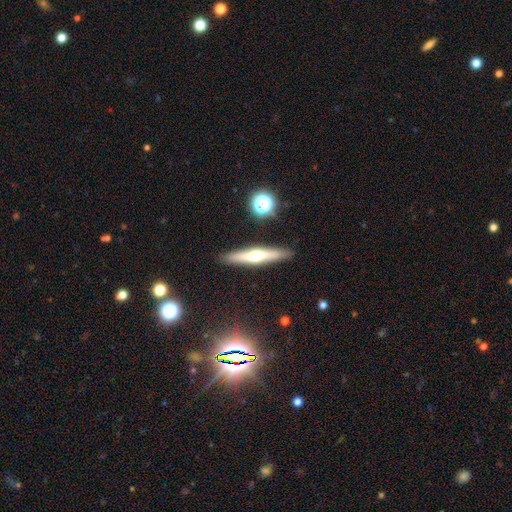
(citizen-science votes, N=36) Volunteers were most divided on "smooth or featured": featured or disk: 58%, smooth: 39%, star or artifact: 3%. More confident: merging — none (97%); edge-on disk — yes (95%); edge-on bulge — rounded (90%).